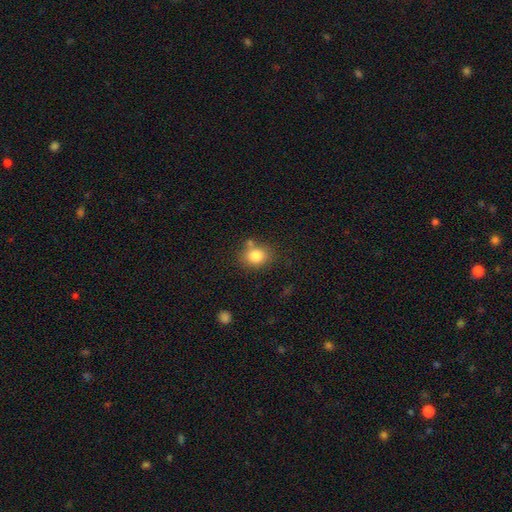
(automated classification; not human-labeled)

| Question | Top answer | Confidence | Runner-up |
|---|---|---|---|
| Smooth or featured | smooth | 82% | star or artifact (10%) |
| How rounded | round | 63% | in between (36%) |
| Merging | none | 68% | minor disturbance (15%) |